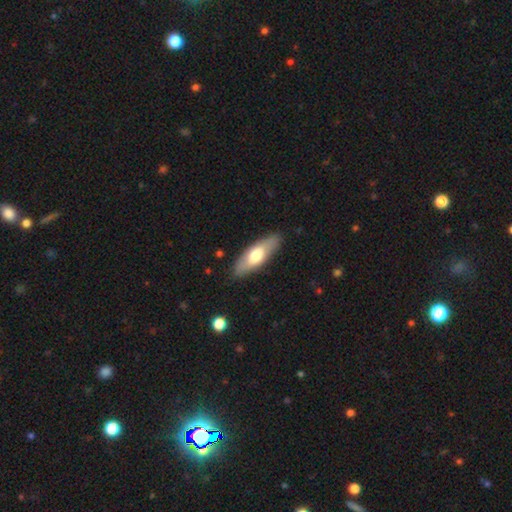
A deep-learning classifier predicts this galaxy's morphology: smooth-or-featured: smooth: 62% | featured or disk: 33% | star or artifact: 5%
  how-rounded: in between: 62% | cigar-shaped: 36% | round: 2%
  merging: none: 86% | minor disturbance: 11% | major disturbance: 2% | merger: 1%